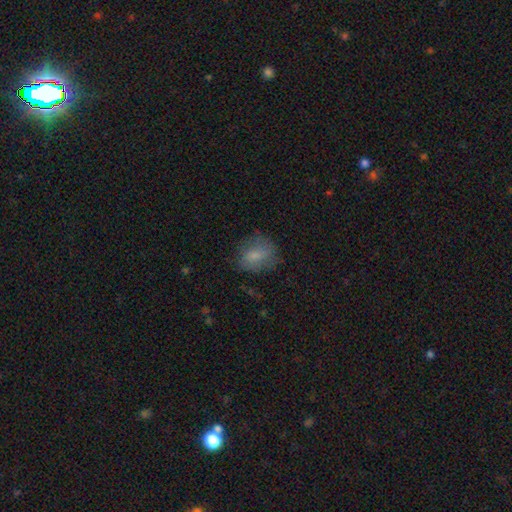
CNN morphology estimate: Smooth or featured? smooth (71%)
How rounded? in between (60%)
Merging? none (68%)